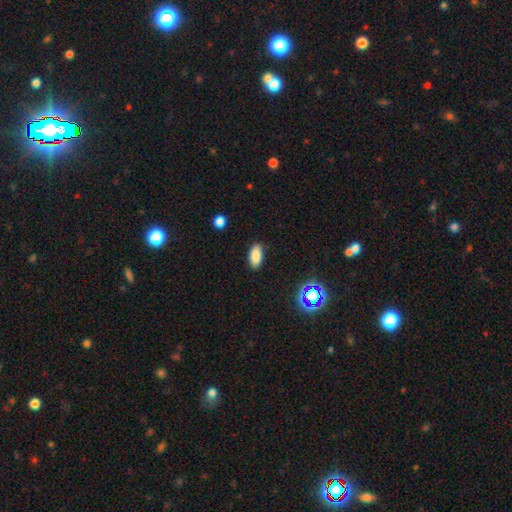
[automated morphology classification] Smooth or featured? smooth (85%)
How rounded? in between (90%)
Merging? none (86%)